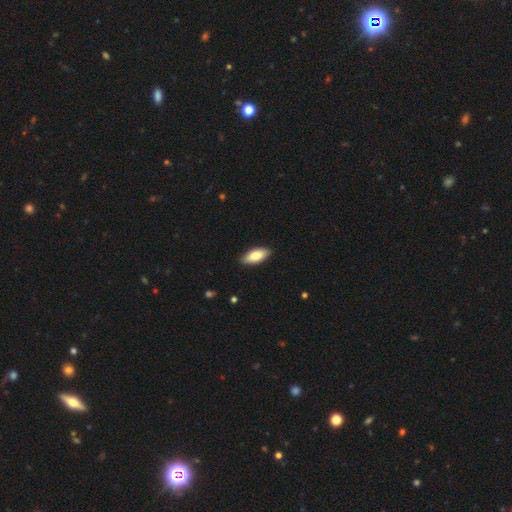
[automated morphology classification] Smooth or featured? Predicted: smooth (p=0.82). How rounded? Predicted: in between (p=0.85). Merging? Predicted: none (p=0.89).